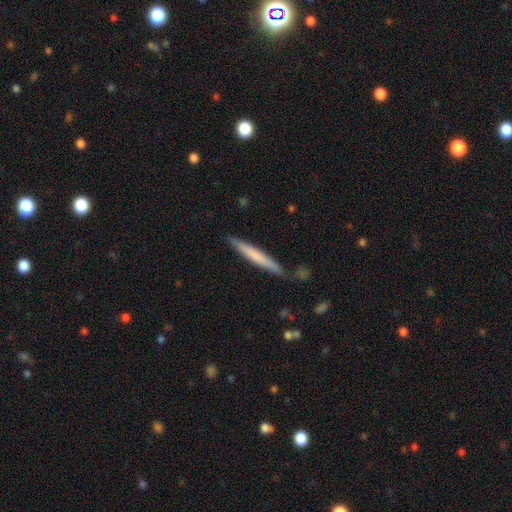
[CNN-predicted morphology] Smooth or featured? smooth (64%)
How rounded? cigar-shaped (96%)
Merging? none (84%)